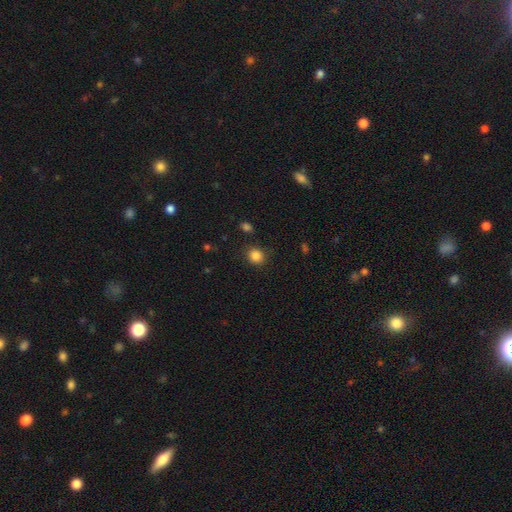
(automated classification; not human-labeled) smooth-or-featured: smooth: 85% | star or artifact: 11% | featured or disk: 4%
  how-rounded: round: 80% | in between: 19% | cigar-shaped: 1%
  merging: none: 86% | minor disturbance: 9% | major disturbance: 3% | merger: 2%